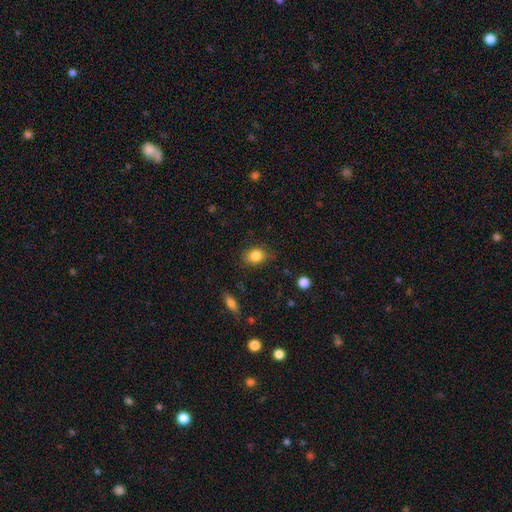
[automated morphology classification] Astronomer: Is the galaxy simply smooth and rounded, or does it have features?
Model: smooth — 84%.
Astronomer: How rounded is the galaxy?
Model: in between — 52% (runner-up: round, 47%).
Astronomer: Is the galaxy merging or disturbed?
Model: none — 74%.